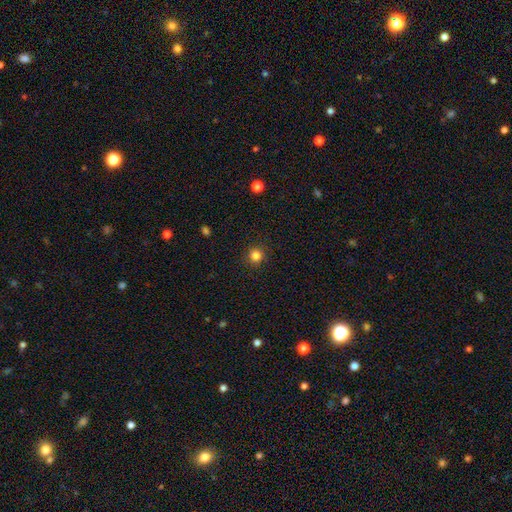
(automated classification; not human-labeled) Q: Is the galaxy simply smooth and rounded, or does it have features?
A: smooth — 83%.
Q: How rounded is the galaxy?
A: round — 92%.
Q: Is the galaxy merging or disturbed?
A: none — 90%.